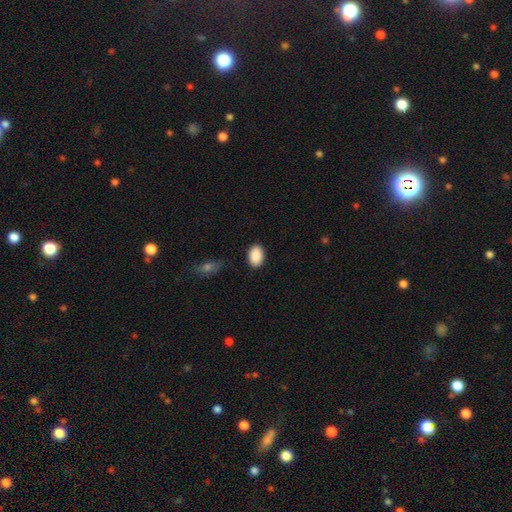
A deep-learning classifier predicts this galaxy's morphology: Smooth or featured?
  - smooth: 90% *
  - star or artifact: 7%
  - featured or disk: 3%
How rounded?
  - in between: 88% *
  - round: 10%
  - cigar-shaped: 1%
Merging?
  - none: 87% *
  - minor disturbance: 9%
  - major disturbance: 2%
  - merger: 2%